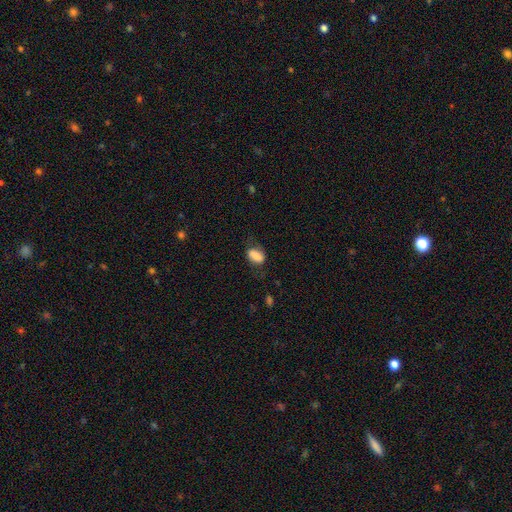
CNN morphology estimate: smooth-or-featured: smooth: 81% | featured or disk: 11% | star or artifact: 8%
  how-rounded: in between: 87% | round: 9% | cigar-shaped: 3%
  merging: none: 57% | minor disturbance: 27% | major disturbance: 13% | merger: 2%